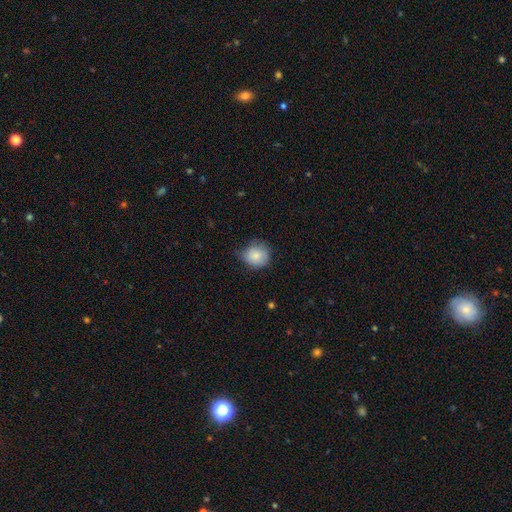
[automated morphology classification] Q: Smooth or featured?
A: smooth (83%); runner-up: featured or disk (9%)
Q: How rounded?
A: round (84%); runner-up: in between (15%)
Q: Merging?
A: none (61%); runner-up: minor disturbance (32%)